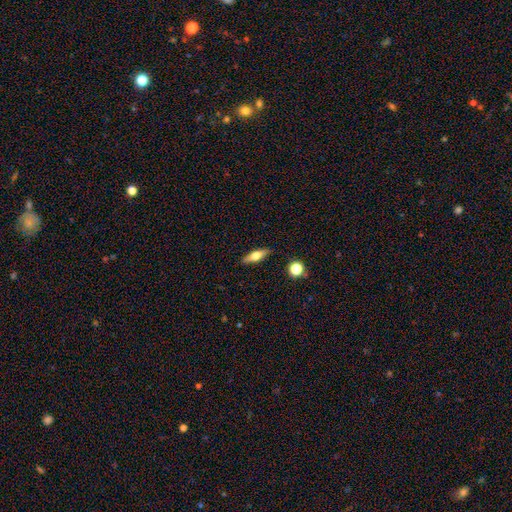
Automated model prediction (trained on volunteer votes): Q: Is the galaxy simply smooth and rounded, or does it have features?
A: smooth — 47%.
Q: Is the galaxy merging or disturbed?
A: none — 88%.